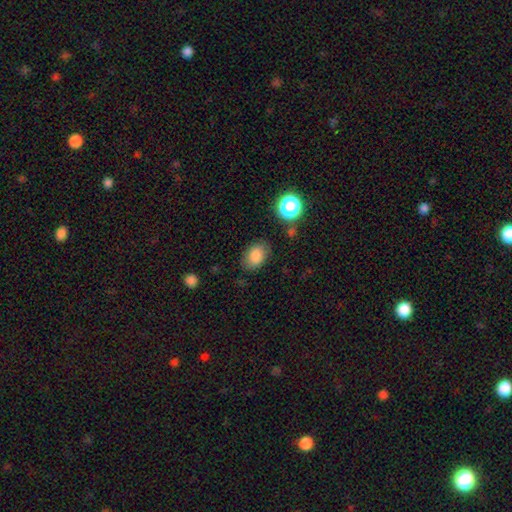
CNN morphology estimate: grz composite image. It shows a smooth galaxy with no disk features (83%) that is in between round and cigar-shaped (79%). Merging: none (78%).